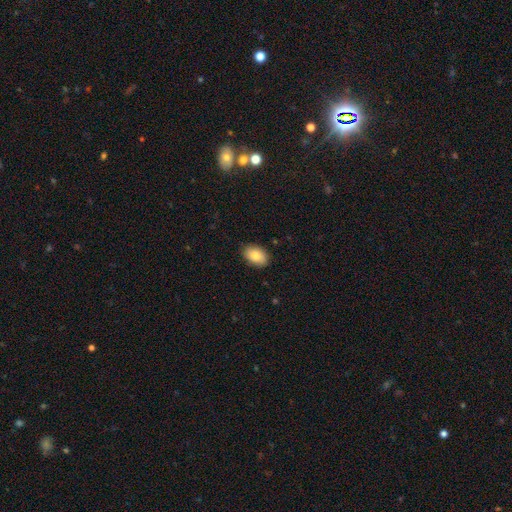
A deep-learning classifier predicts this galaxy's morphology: smooth-or-featured: smooth: 84% | featured or disk: 9% | star or artifact: 7%
  how-rounded: in between: 88% | round: 11% | cigar-shaped: 1%
  merging: none: 86% | minor disturbance: 11% | major disturbance: 2% | merger: 1%